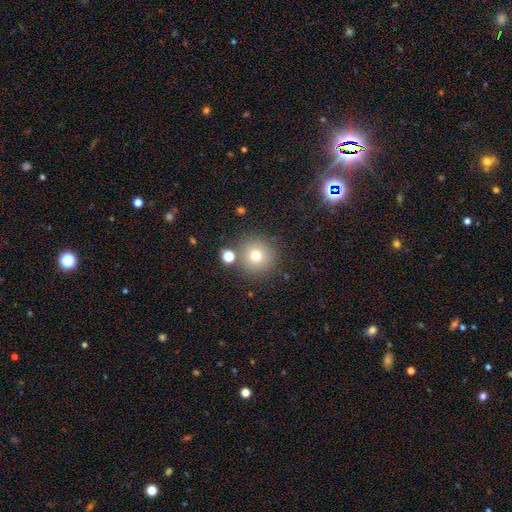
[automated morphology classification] Q: Smooth or featured?
A: smooth (73%); runner-up: star or artifact (16%)
Q: How rounded?
A: round (95%); runner-up: in between (4%)
Q: Merging?
A: none (81%); runner-up: minor disturbance (8%)